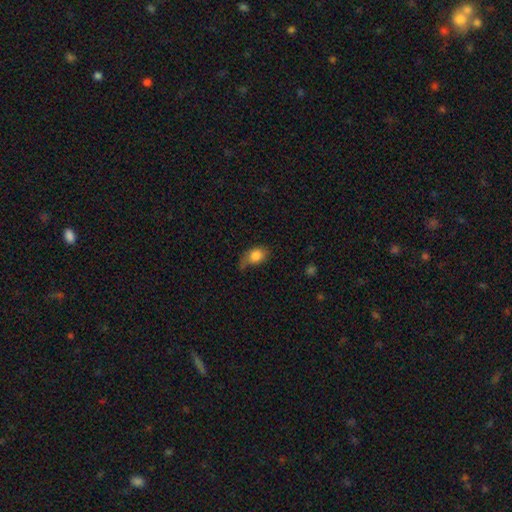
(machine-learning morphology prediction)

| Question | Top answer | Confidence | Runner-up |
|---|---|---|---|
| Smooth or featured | smooth | 82% | featured or disk (9%) |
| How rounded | in between | 70% | round (28%) |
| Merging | none | 41% | minor disturbance (36%) |